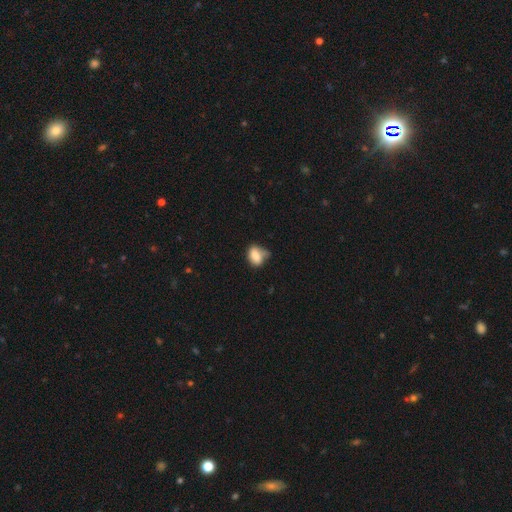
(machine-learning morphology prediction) This appears to be a smooth galaxy with no disk features (78%) that is in between round and cigar-shaped (74%). Merging: none (40%).